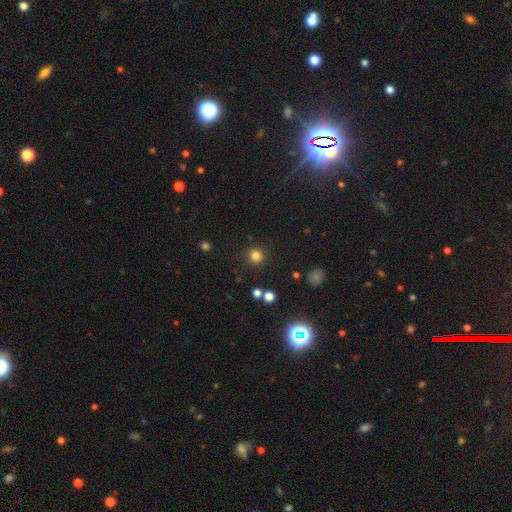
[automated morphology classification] Smooth or featured?
  - smooth: 81% *
  - star or artifact: 15%
  - featured or disk: 5%
How rounded?
  - round: 94% *
  - in between: 5%
  - cigar-shaped: 1%
Merging?
  - none: 89% *
  - minor disturbance: 6%
  - major disturbance: 3%
  - merger: 2%